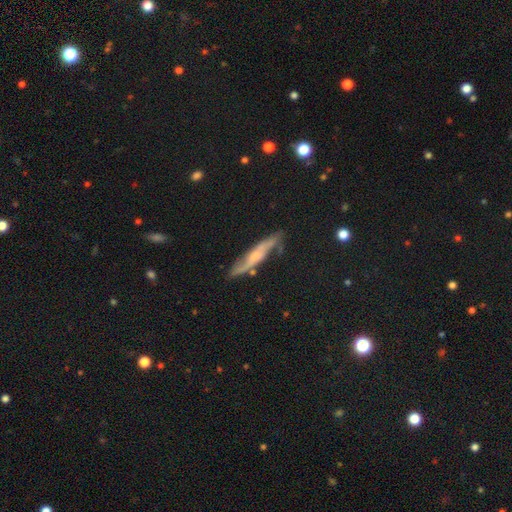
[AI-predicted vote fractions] smooth-or-featured: featured or disk: 65% | smooth: 26% | star or artifact: 8%
  disk-edge-on: yes: 62% | no: 38%
  merging: none: 76% | minor disturbance: 17% | major disturbance: 4% | merger: 3%